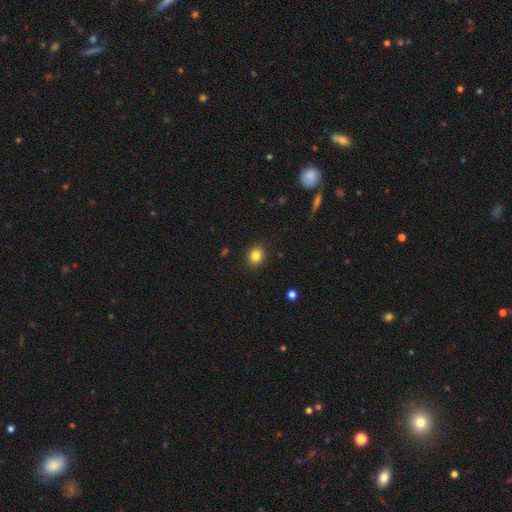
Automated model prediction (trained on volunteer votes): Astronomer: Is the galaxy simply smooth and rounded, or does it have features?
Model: smooth — 83%.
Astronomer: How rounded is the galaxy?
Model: round — 73%.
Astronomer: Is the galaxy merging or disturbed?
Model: none — 91%.